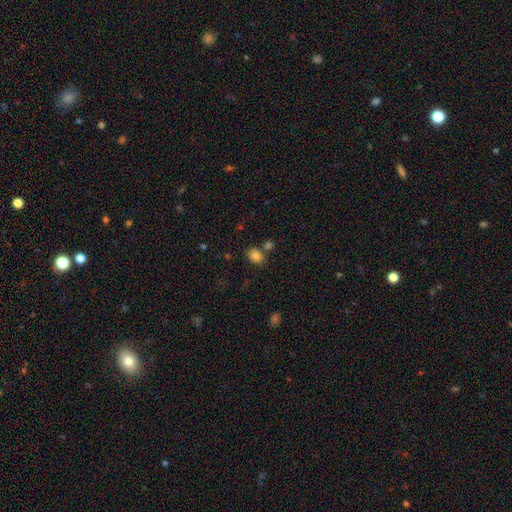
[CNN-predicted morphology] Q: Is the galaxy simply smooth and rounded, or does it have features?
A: smooth — 83%.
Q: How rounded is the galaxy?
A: in between — 54%.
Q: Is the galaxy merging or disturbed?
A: none — 73%.